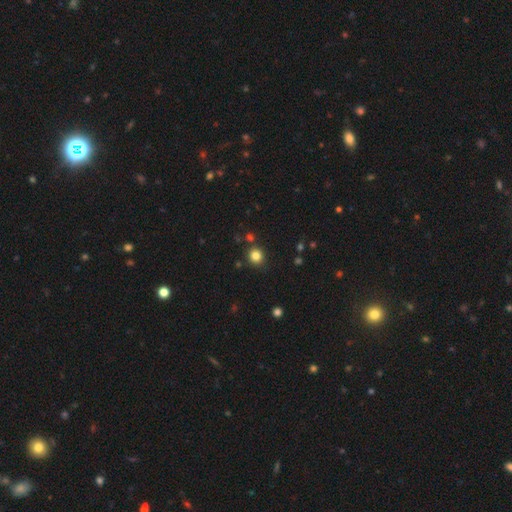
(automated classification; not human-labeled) Smooth or featured? smooth (82%)
How rounded? round (87%)
Merging? none (84%)